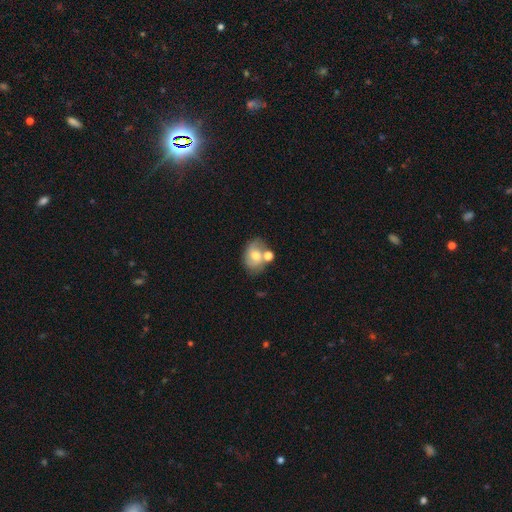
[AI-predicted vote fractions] This is possibly a smooth galaxy (53%). How rounded: likely in between (61%). Merging: possibly none (48%).